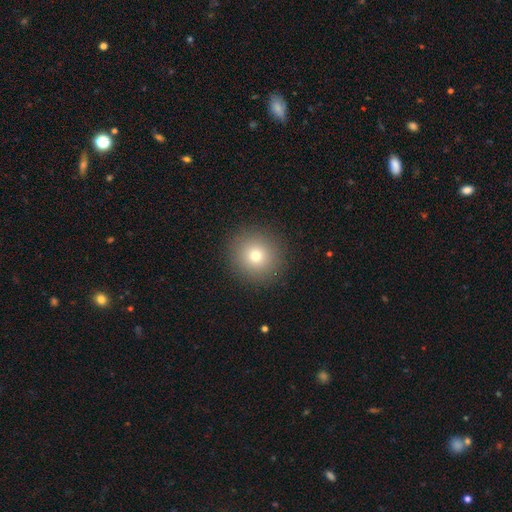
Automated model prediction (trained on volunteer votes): This appears to be a smooth galaxy with no disk features (76%) that is round (93%). Merging: none (91%).